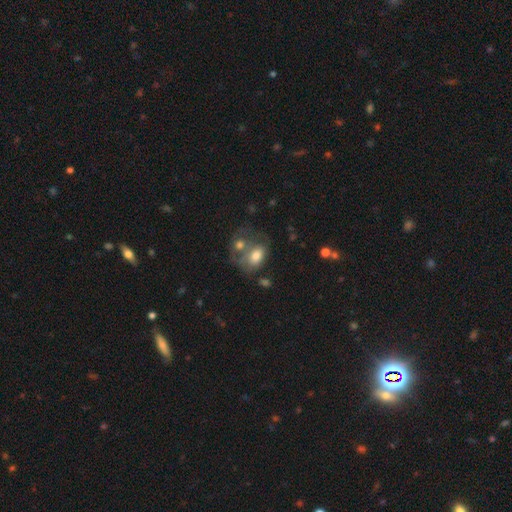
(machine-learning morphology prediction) A smooth galaxy with no disk features (70%) that is in between round and cigar-shaped (78%). Merging: merger (47%).